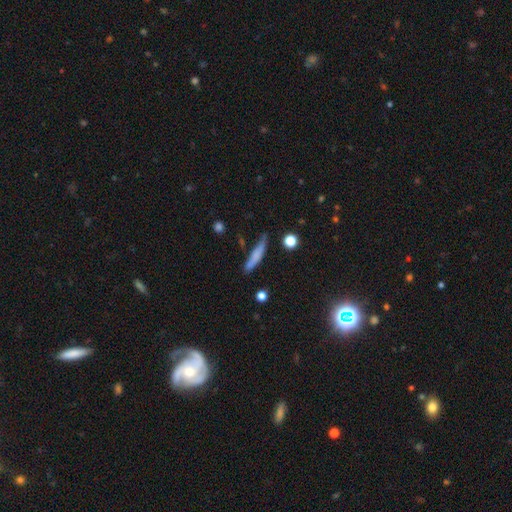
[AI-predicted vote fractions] Morphology: type=smooth (68%); roundness=cigar-shaped (87%); merging=none (66%).